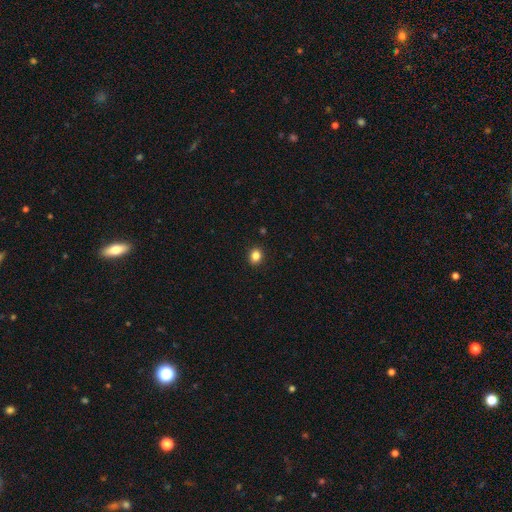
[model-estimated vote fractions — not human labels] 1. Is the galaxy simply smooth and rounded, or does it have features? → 84% smooth, 11% star or artifact, 4% featured or disk.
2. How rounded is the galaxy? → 70% round, 29% in between, 1% cigar-shaped.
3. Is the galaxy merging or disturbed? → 92% none, 6% minor disturbance, 2% major disturbance, 1% merger.